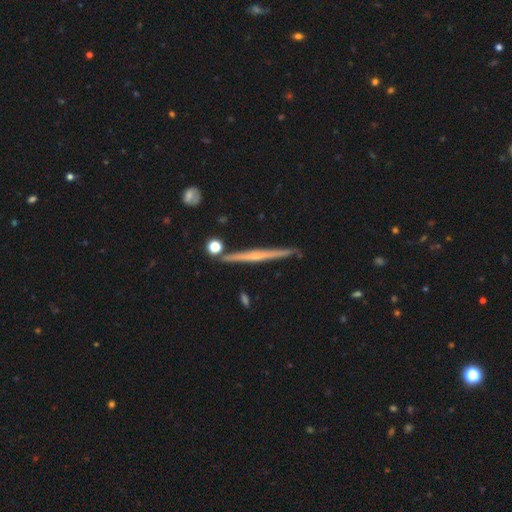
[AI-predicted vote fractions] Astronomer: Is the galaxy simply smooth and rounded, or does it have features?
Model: featured or disk — 73%.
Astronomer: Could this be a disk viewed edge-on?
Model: yes — 98%.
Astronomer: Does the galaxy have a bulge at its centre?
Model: rounded — 50% (runner-up: none, 42%).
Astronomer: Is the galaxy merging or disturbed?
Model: none — 89%.